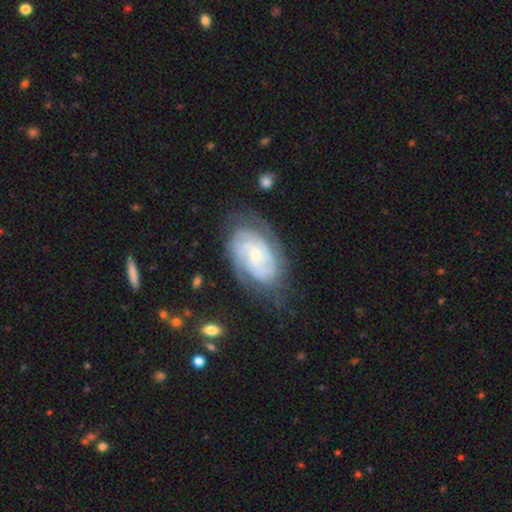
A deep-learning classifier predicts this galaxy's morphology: This is clearly a featured or disk galaxy (85%). It is clearly not viewed edge-on (97%). Bar: likely no (63%). Spiral arm pattern: clearly yes (97%). Spiral arm count: marginally 2 (35%). Spiral winding: likely tight (68%). Central bulge: likely small (63%). Merging: likely none (68%).